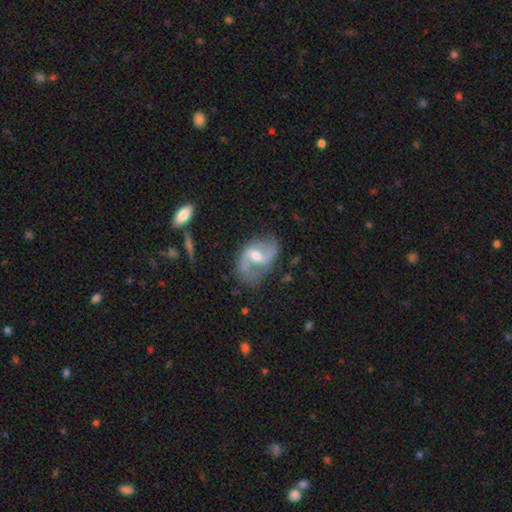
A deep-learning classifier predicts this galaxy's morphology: Smooth or featured?
  - featured or disk: 84% *
  - smooth: 10%
  - star or artifact: 6%
Edge-on disk?
  - no: 97% *
  - yes: 3%
Bar?
  - weak: 50% *
  - strong: 28%
  - no: 22%
Spiral arms?
  - yes: 93% *
  - no: 7%
Spiral winding?
  - loose: 58% *
  - medium: 34%
  - tight: 8%
Spiral arm count?
  - 2: 90% *
  - can't tell: 4%
  - 1: 3%
  - 3: 1%
  - 4: 1%
  - more than 4: 1%
Bulge size?
  - moderate: 62% *
  - small: 32%
  - large: 3%
  - none: 2%
  - dominant: 1%
Merging?
  - none: 70% *
  - minor disturbance: 19%
  - major disturbance: 9%
  - merger: 2%